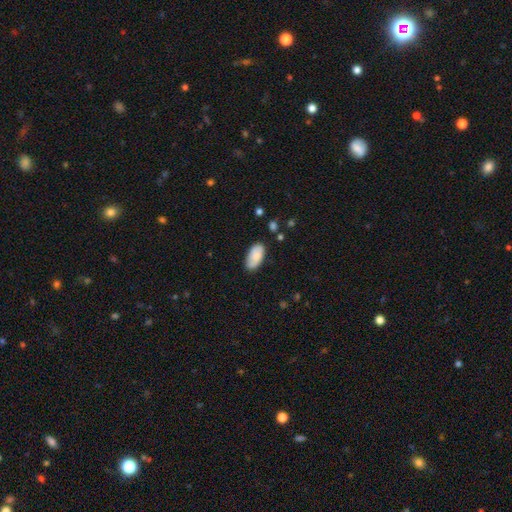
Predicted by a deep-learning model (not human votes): Smooth or featured? Predicted: smooth (p=0.81). How rounded? Predicted: in between (p=0.94). Merging? Predicted: none (p=0.79).